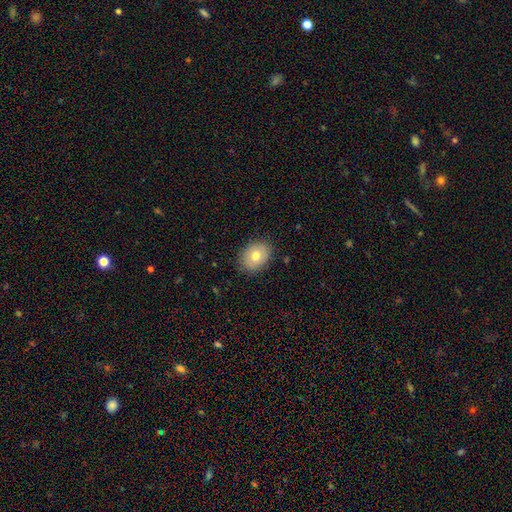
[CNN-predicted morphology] smooth_or_featured: smooth (p=0.71) [alt: featured or disk p=0.21]
how_rounded: in between (p=0.62) [alt: round p=0.38]
merging: none (p=0.84) [alt: minor disturbance p=0.12]